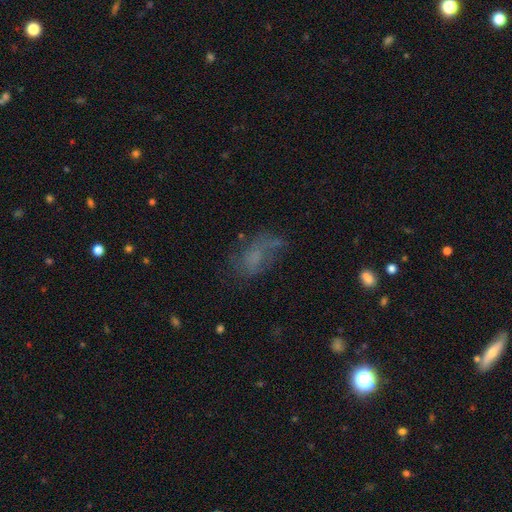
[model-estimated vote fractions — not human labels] Q: Smooth or featured?
A: smooth (48%); runner-up: featured or disk (32%)
Q: Merging?
A: none (44%); runner-up: major disturbance (27%)